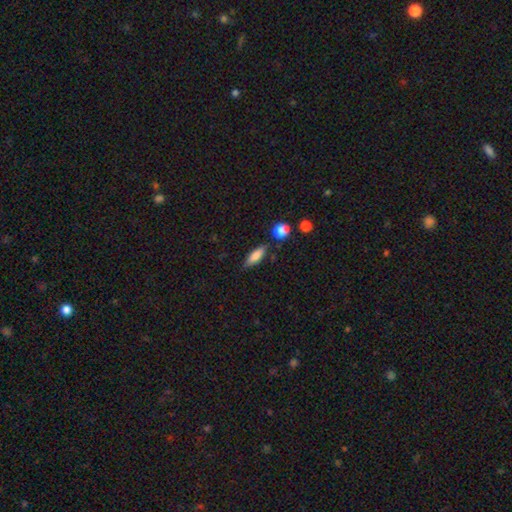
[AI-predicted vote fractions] Morphology: type=smooth (76%); roundness=in between (50%); merging=none (77%).